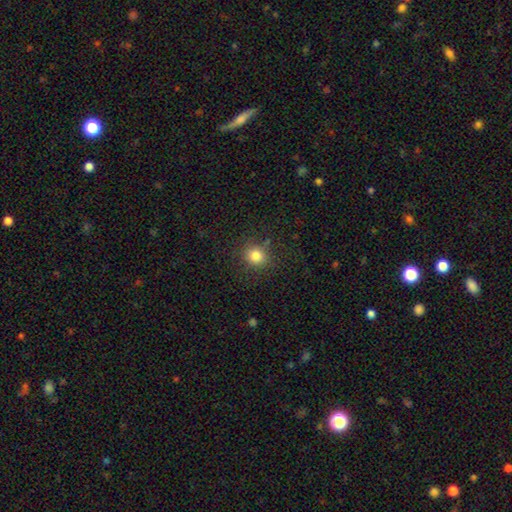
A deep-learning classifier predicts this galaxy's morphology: A smooth galaxy with no disk features (82%) that is round (85%). Merging: none (84%).